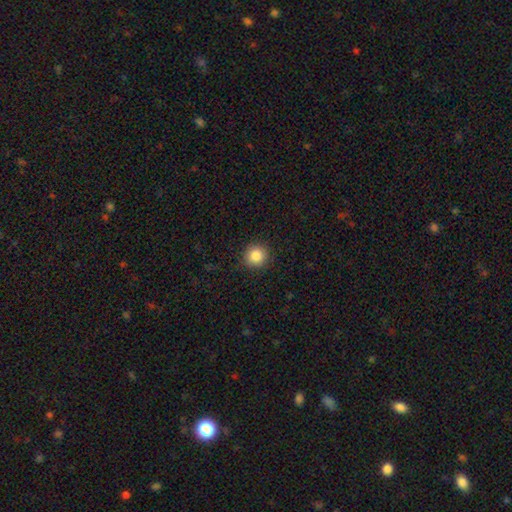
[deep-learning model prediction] Smooth or featured? smooth (85%)
How rounded? round (94%)
Merging? none (90%)